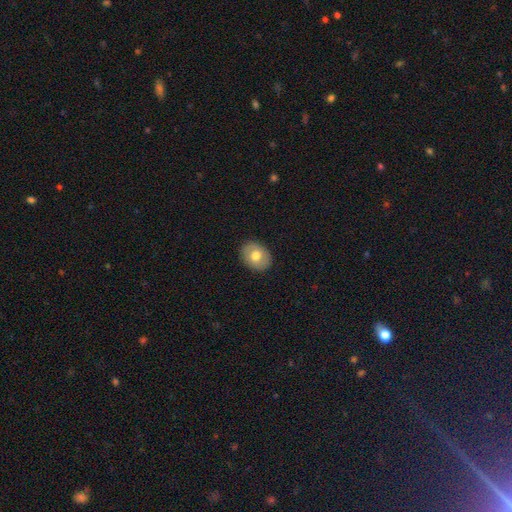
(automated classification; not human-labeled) Q: Smooth or featured?
A: smooth (69%); runner-up: featured or disk (23%)
Q: How rounded?
A: in between (53%); runner-up: round (46%)
Q: Merging?
A: none (88%); runner-up: minor disturbance (9%)